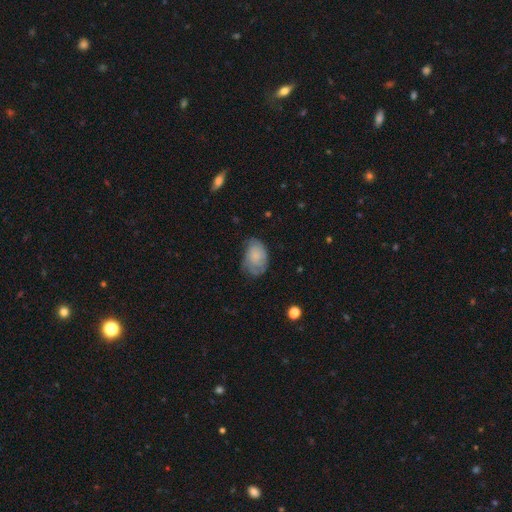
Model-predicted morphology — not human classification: A smooth galaxy with no disk features (55%) that is in between round and cigar-shaped (83%). Merging: none (55%).